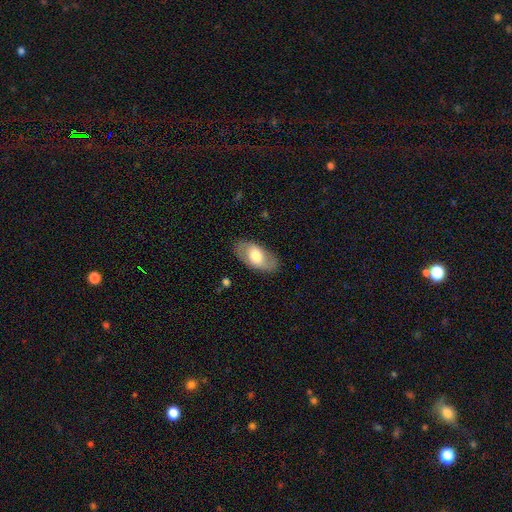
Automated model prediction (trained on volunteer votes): smooth-or-featured: smooth: 51% | featured or disk: 43% | star or artifact: 6%
  how-rounded: in between: 93% | round: 4% | cigar-shaped: 3%
  merging: none: 83% | minor disturbance: 12% | major disturbance: 4% | merger: 1%